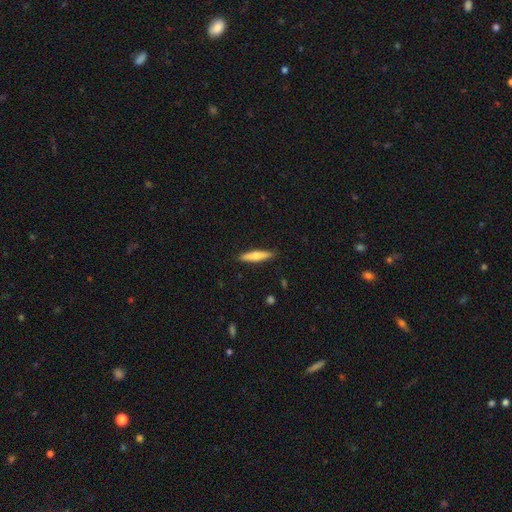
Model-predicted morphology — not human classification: This is likely a smooth galaxy (65%). How rounded: clearly cigar-shaped (86%). Merging: clearly none (89%).